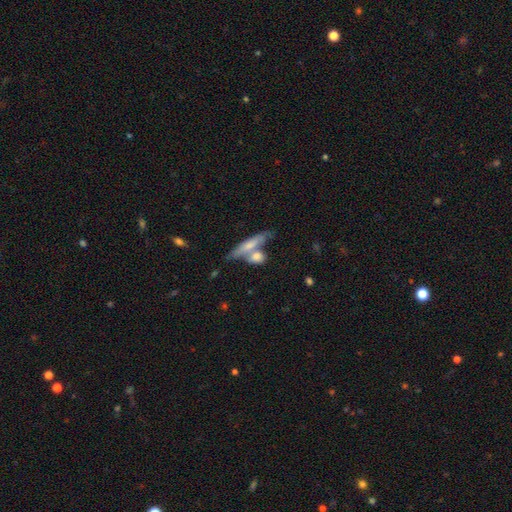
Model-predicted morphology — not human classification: Smooth or featured?
  - smooth: 46% *
  - featured or disk: 43%
  - star or artifact: 11%
Merging?
  - none: 51% *
  - merger: 33%
  - minor disturbance: 11%
  - major disturbance: 5%